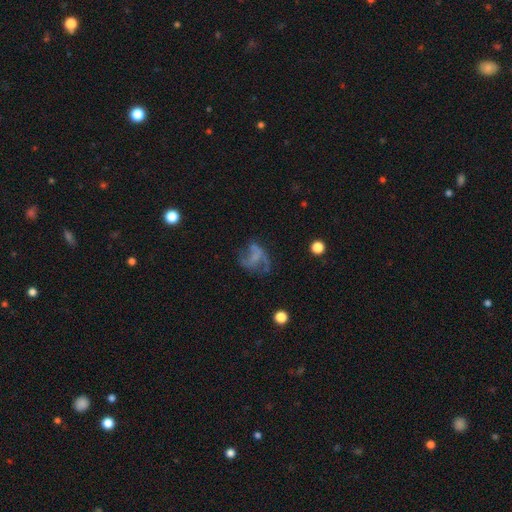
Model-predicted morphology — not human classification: featured or disk 55%, smooth 28%, star or artifact 17%. Down the decision tree: edge-on disk — no (97%); bar — no (70%); spiral arms — no (51%); bulge size — none (75%); merging — none (39%).